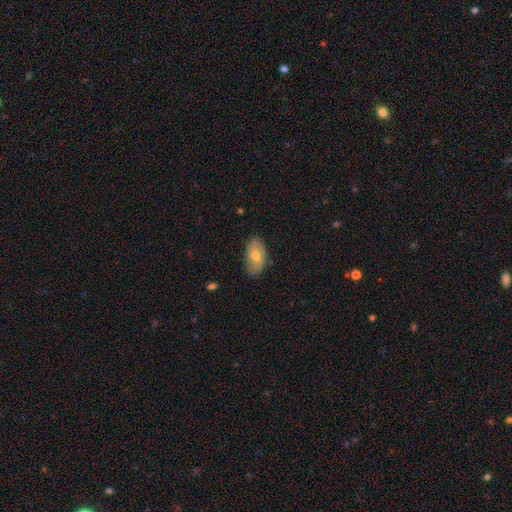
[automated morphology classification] This is possibly a smooth galaxy (52%). How rounded: clearly in between (91%). Merging: likely none (78%).